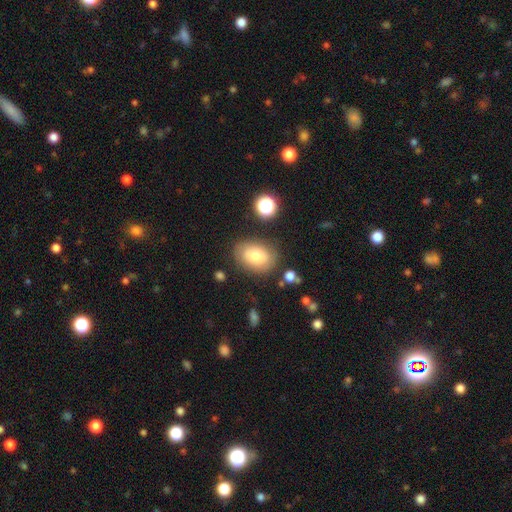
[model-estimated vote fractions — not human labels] Overall: smooth (70%). How rounded: in between (77%). Merging: none (77%).